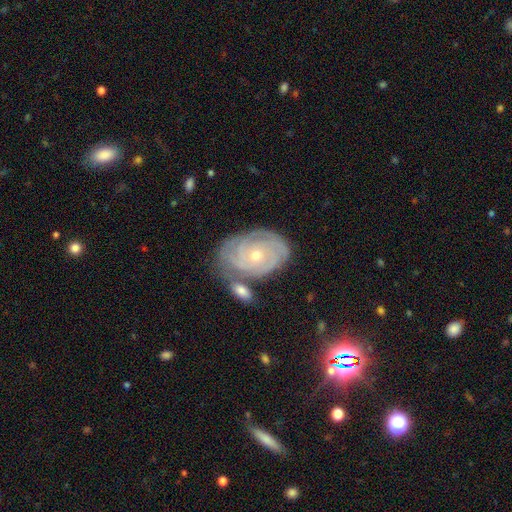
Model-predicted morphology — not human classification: type=featured or disk (80%); edge-on=no (96%); bar=no (79%); spiral arms=yes (92%); winding=tight (80%); arm count=can't tell (39%); bulge=small (60%); merging=none (63%).